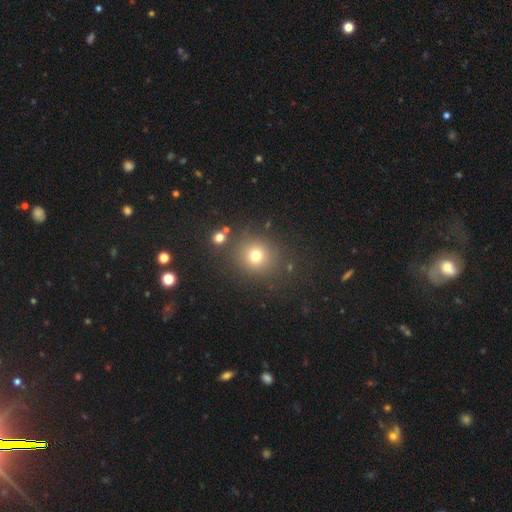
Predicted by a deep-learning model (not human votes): The model was most divided on "smooth or featured": smooth: 74%, star or artifact: 18%, featured or disk: 8%. More confident: how rounded — round (87%); merging — none (82%).